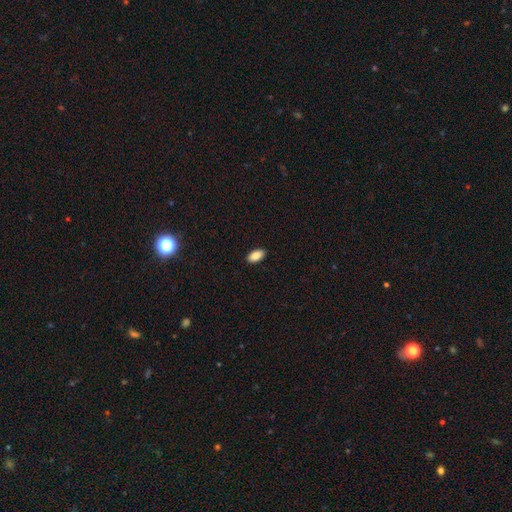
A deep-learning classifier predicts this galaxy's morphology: A smooth galaxy with no disk features (87%) that is in between round and cigar-shaped (93%). Merging: none (90%).